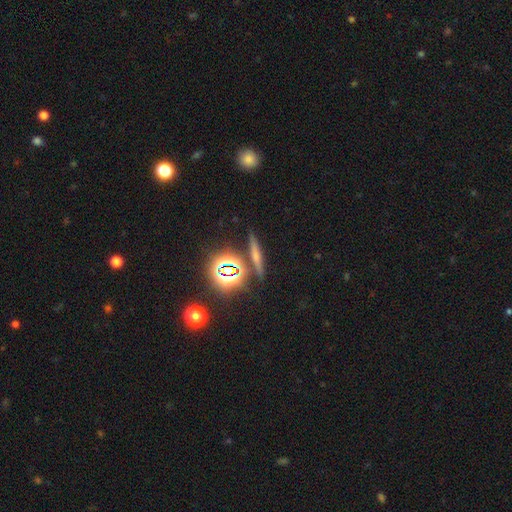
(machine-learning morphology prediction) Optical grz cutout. It shows a smooth galaxy with no disk features (44%). Merging: none (81%).